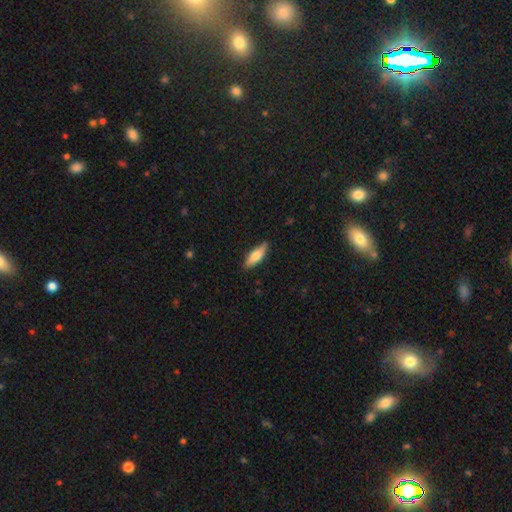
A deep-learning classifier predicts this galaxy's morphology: Smooth or featured?
  - smooth: 76% *
  - featured or disk: 18%
  - star or artifact: 6%
How rounded?
  - in between: 58% *
  - cigar-shaped: 40%
  - round: 2%
Merging?
  - none: 81% *
  - minor disturbance: 15%
  - major disturbance: 2%
  - merger: 1%